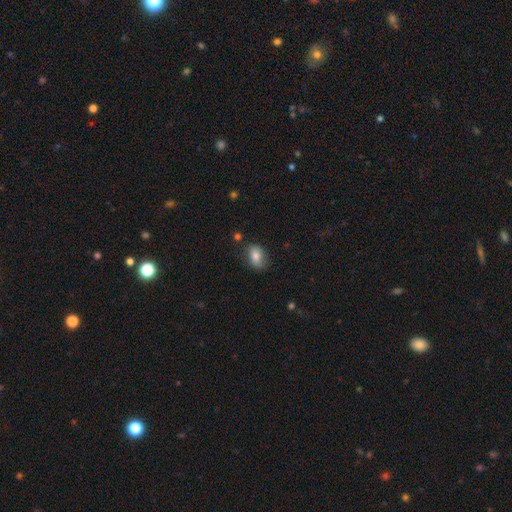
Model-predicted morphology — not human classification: Q: Smooth or featured?
A: smooth (81%); runner-up: featured or disk (10%)
Q: How rounded?
A: in between (79%); runner-up: round (20%)
Q: Merging?
A: none (71%); runner-up: minor disturbance (21%)